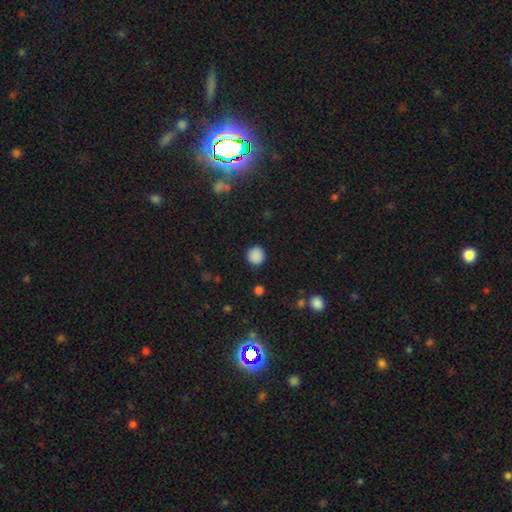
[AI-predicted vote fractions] Smooth or featured? smooth (88%)
How rounded? round (92%)
Merging? none (89%)